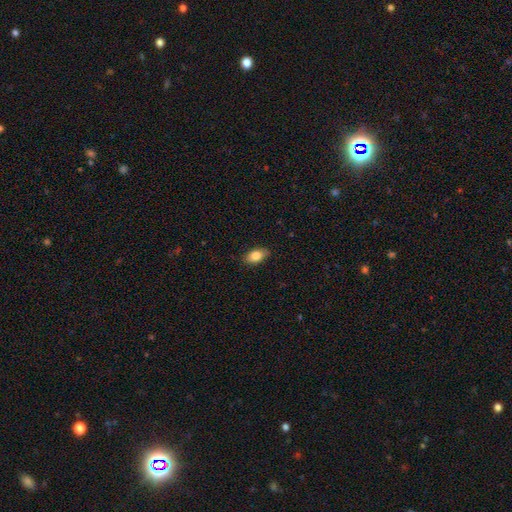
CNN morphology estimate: Smooth or featured? smooth (82%)
How rounded? in between (90%)
Merging? none (86%)